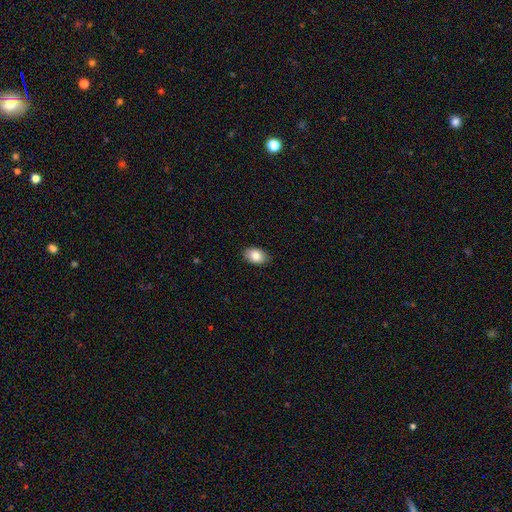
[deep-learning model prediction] This appears to be a smooth galaxy with no disk features (84%) that is in between round and cigar-shaped (87%). Merging: none (87%).